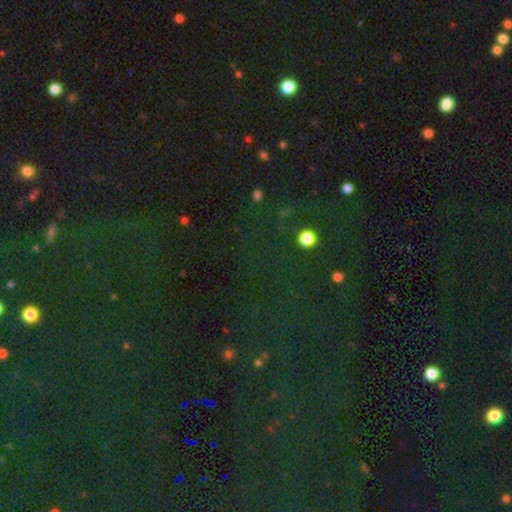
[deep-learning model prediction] The model was most divided on "smooth or featured": star or artifact: 77%, smooth: 15%, featured or disk: 8%.